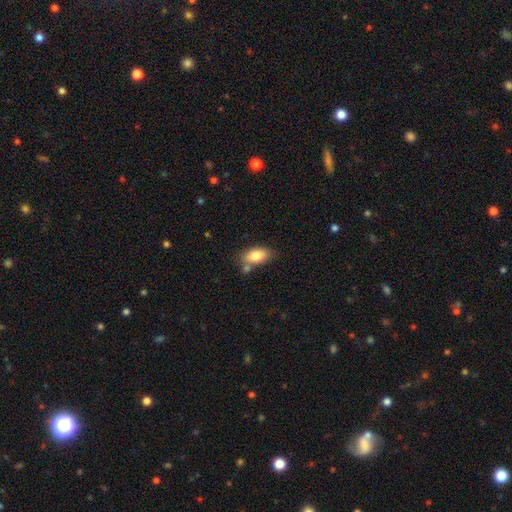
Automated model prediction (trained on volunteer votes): A smooth galaxy with no disk features (83%) that is in between round and cigar-shaped (91%). Merging: none (63%).